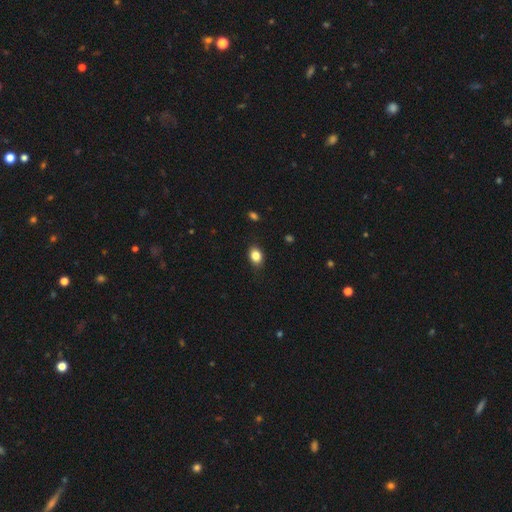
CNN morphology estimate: smooth 85%, star or artifact 9%, featured or disk 6%. Down the decision tree: how rounded — in between (71%); merging — none (85%).